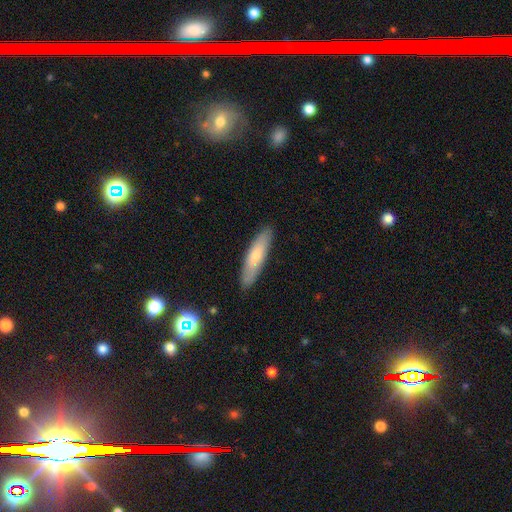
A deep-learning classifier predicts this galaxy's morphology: smooth_or_featured: smooth (p=0.71) [alt: featured or disk p=0.23]
how_rounded: cigar-shaped (p=0.76) [alt: in between p=0.23]
merging: none (p=0.88) [alt: minor disturbance p=0.09]